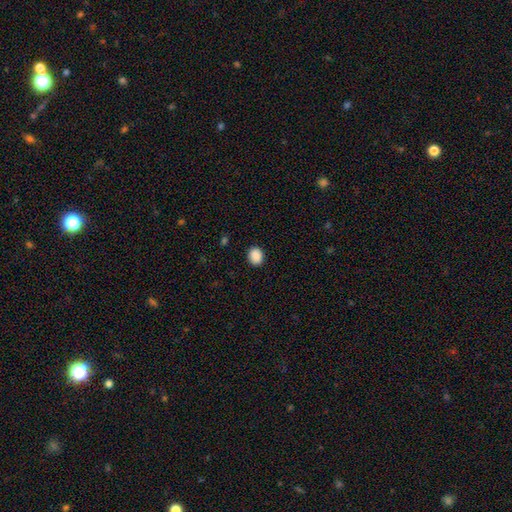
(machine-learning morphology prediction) Overall: smooth (89%). How rounded: round (60%; in between 40%). Merging: none (90%).